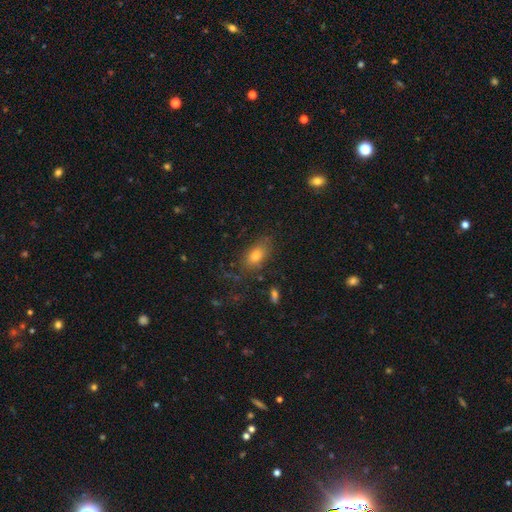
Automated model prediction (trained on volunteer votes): This appears to be a smooth galaxy with no disk features (74%) that is in between round and cigar-shaped (83%). Merging: none (73%).